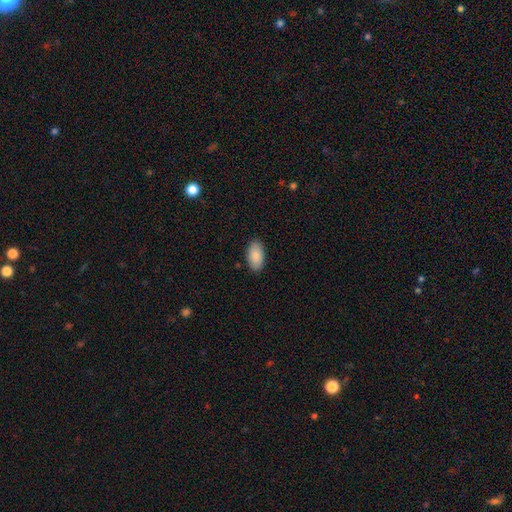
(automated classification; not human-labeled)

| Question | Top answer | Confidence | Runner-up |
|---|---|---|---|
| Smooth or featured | smooth | 87% | featured or disk (7%) |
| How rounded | in between | 95% | round (3%) |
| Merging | none | 88% | minor disturbance (9%) |